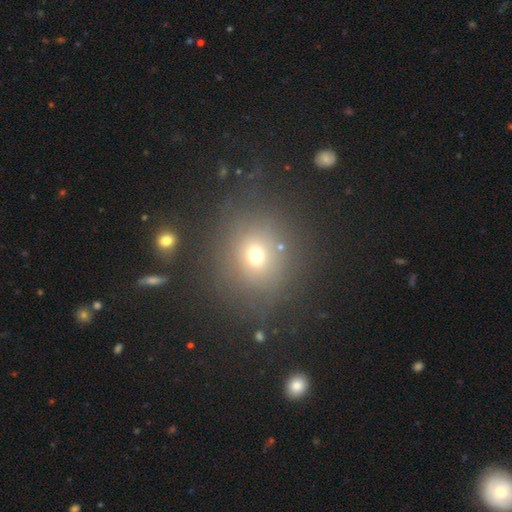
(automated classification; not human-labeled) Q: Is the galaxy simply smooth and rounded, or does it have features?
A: smooth — 66%.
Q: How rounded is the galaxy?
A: round — 81%.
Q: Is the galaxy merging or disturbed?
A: none — 77%.